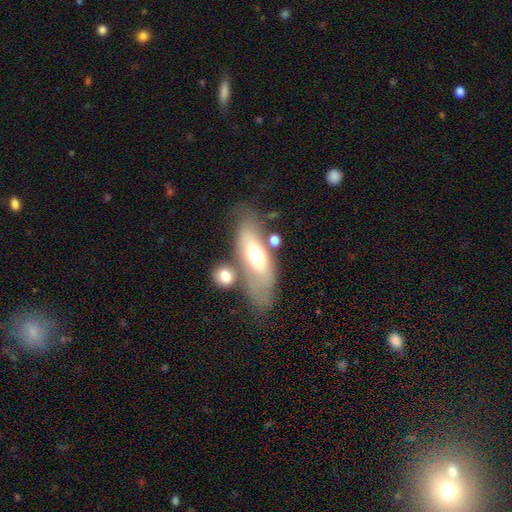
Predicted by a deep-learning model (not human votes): This appears to be a smooth galaxy with no disk features (52%) that is in between round and cigar-shaped (65%). Merging: none (54%).